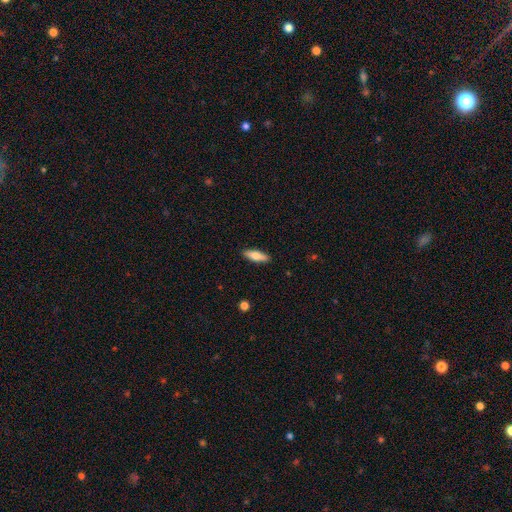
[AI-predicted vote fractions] The model was most divided on "how rounded": in between: 53%, cigar-shaped: 45%, round: 2%. More confident: merging — none (90%); smooth or featured — smooth (74%).